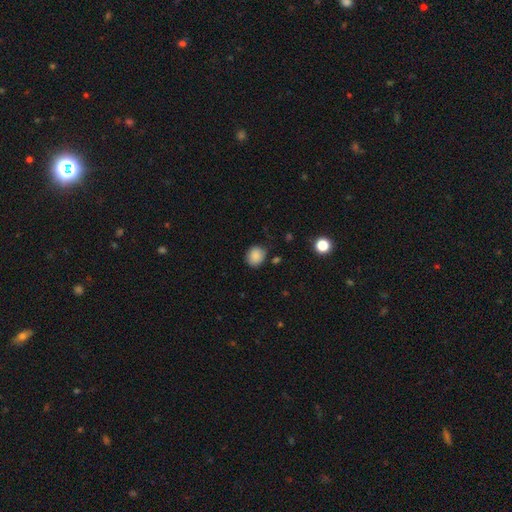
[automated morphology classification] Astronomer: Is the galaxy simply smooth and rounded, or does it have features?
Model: smooth — 87%.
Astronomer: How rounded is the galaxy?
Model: round — 68%.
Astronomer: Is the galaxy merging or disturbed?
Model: none — 78%.